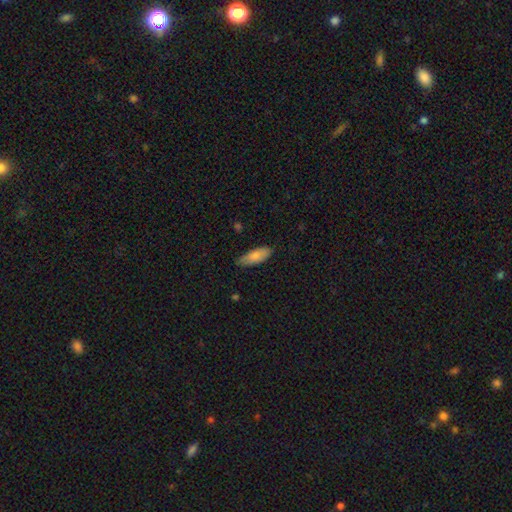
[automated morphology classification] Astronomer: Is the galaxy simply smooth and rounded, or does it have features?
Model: smooth — 81%.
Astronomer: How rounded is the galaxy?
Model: in between — 73%.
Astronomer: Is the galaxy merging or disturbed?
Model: none — 75%.